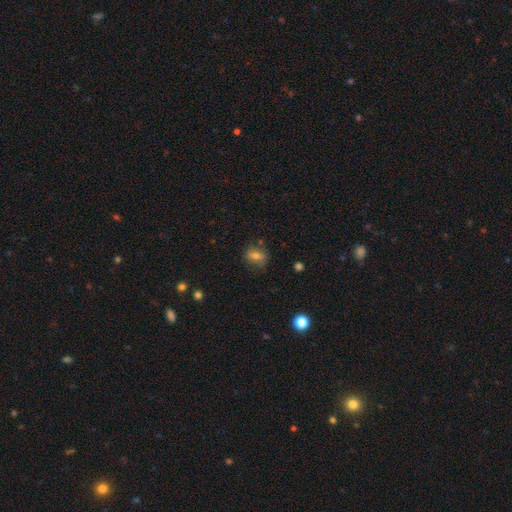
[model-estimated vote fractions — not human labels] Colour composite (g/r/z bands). It shows a smooth galaxy with no disk features (70%) that is in between round and cigar-shaped (54%). Merging: none (77%).